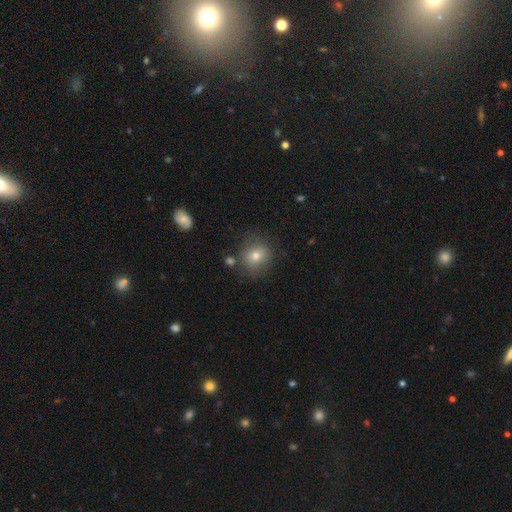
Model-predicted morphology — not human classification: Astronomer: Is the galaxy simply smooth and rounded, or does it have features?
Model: smooth — 75%.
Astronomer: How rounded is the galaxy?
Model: round — 80%.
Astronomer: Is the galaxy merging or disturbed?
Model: none — 78%.